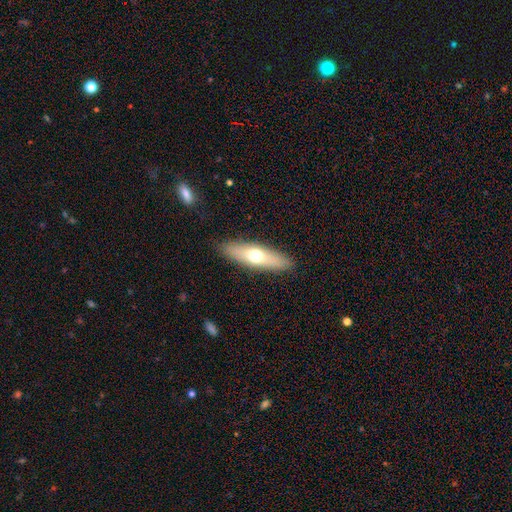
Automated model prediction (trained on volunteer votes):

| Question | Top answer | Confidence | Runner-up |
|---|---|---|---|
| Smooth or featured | smooth | 57% | featured or disk (37%) |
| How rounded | cigar-shaped | 62% | in between (35%) |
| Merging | none | 89% | minor disturbance (8%) |